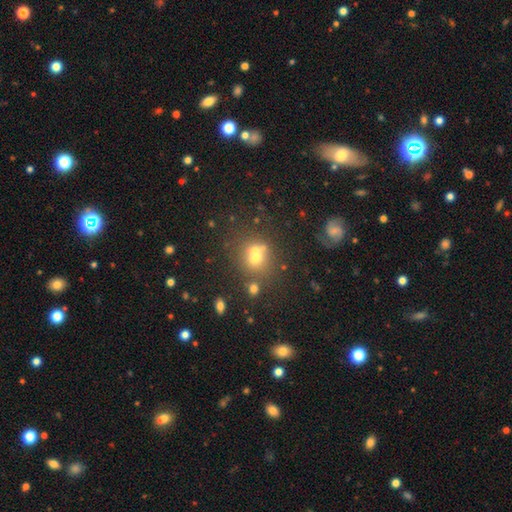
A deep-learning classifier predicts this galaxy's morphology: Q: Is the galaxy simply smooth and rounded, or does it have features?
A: smooth — 57%.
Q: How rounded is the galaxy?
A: round — 75%.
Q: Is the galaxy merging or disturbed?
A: none — 44%.